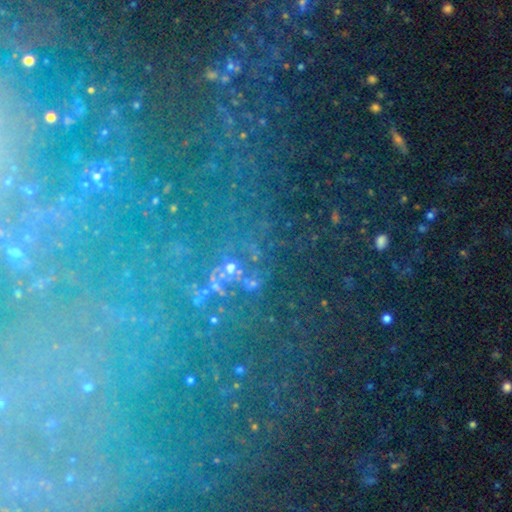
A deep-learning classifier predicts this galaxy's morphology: Smooth or featured? Predicted: star or artifact (p=0.70).